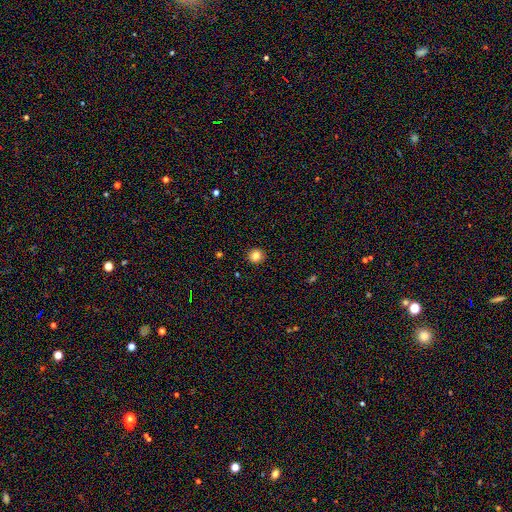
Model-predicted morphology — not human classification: type=smooth (83%); roundness=round (93%); merging=none (93%).